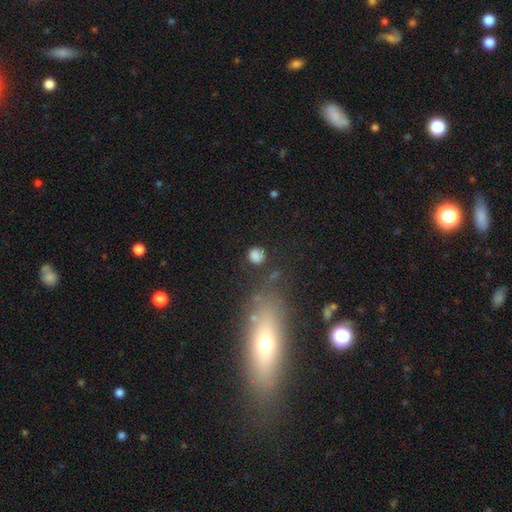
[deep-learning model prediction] Smooth or featured? smooth (82%)
How rounded? round (86%)
Merging? none (79%)